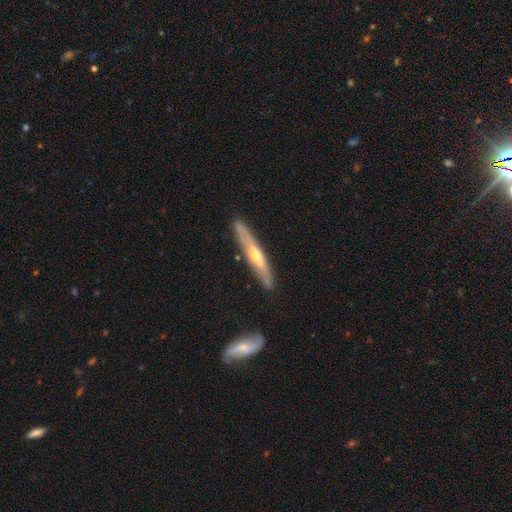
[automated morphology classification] Smooth or featured? featured or disk (61%)
Edge-on disk? yes (89%)
Edge-on bulge? rounded (77%)
Merging? none (86%)